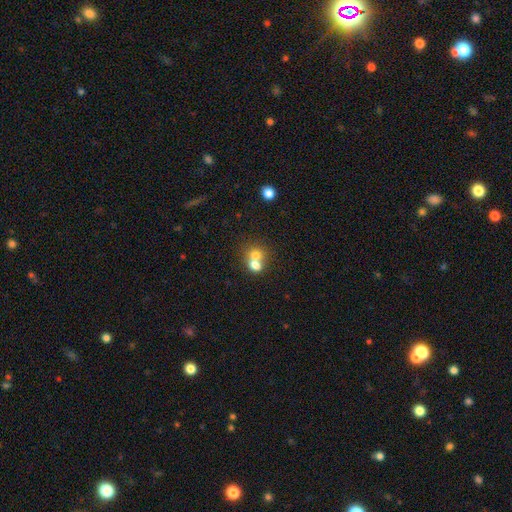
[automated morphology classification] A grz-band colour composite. It shows a smooth galaxy with no disk features (70%) that is round (66%). Merging: merger (66%).